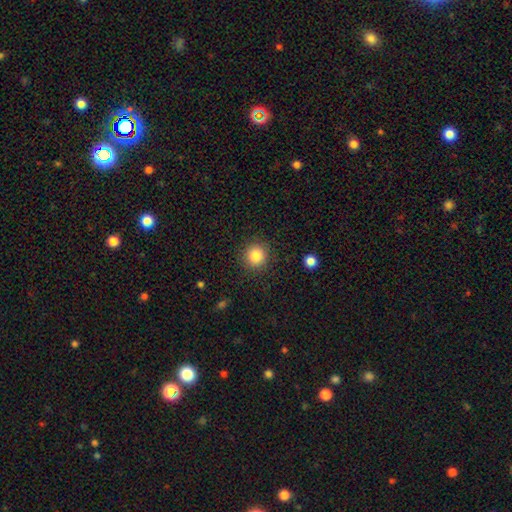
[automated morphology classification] Smooth or featured: smooth — 84% (star or artifact — 10%)
How rounded: round — 93% (in between — 6%)
Merging: none — 90% (minor disturbance — 7%)